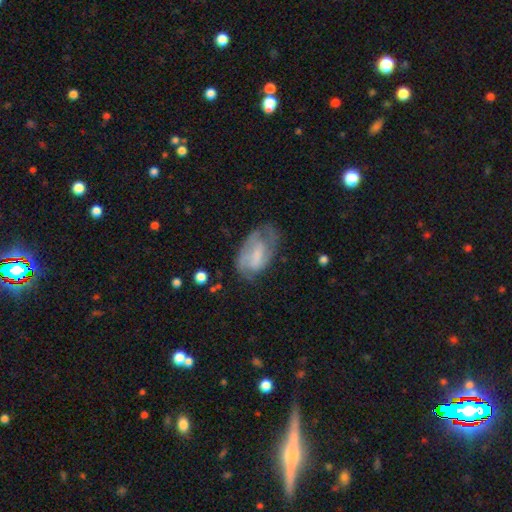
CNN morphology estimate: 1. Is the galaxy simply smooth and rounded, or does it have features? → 58% featured or disk, 35% smooth, 7% star or artifact.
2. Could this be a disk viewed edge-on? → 96% no, 4% yes.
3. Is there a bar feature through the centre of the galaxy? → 46% weak, 38% no, 16% strong.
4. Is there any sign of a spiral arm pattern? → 72% yes, 28% no.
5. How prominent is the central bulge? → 38% small, 29% none, 26% moderate, 6% large, 1% dominant.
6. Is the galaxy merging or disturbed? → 48% none, 29% minor disturbance, 21% major disturbance, 2% merger.